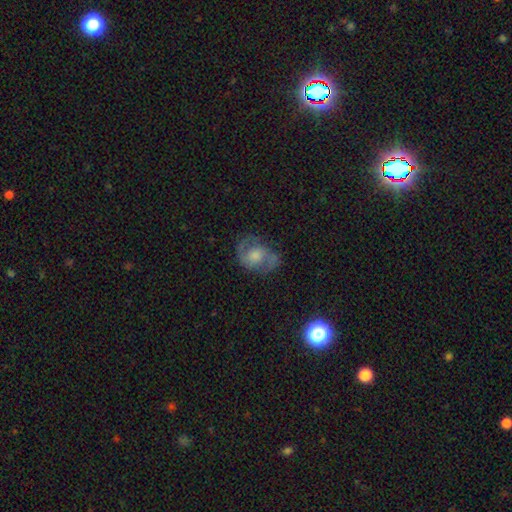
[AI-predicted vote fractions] smooth_or_featured: featured or disk (p=0.69) [alt: smooth p=0.23]
disk_edge_on: no (p=0.97) [alt: yes p=0.03]
bar: no (p=0.63) [alt: weak p=0.31]
has_spiral_arms: yes (p=0.87) [alt: no p=0.13]
spiral_winding: medium (p=0.53) [alt: loose p=0.26]
spiral_arm_count: 2 (p=0.86) [alt: can't tell p=0.07]
bulge_size: moderate (p=0.40) [alt: large p=0.25]
merging: none (p=0.66) [alt: minor disturbance p=0.20]